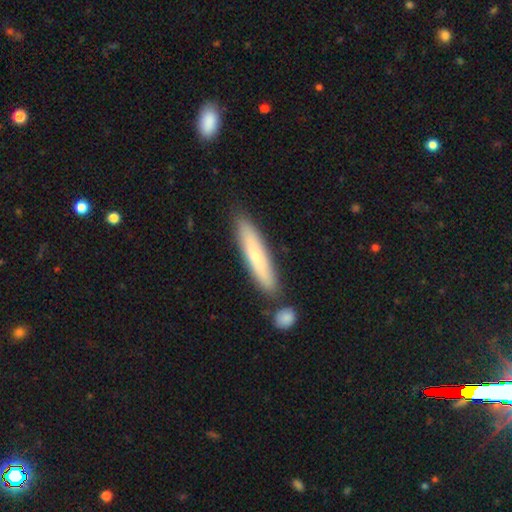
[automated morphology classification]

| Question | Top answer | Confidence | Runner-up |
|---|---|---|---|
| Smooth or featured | smooth | 64% | featured or disk (30%) |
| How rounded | cigar-shaped | 89% | in between (10%) |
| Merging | none | 79% | minor disturbance (11%) |